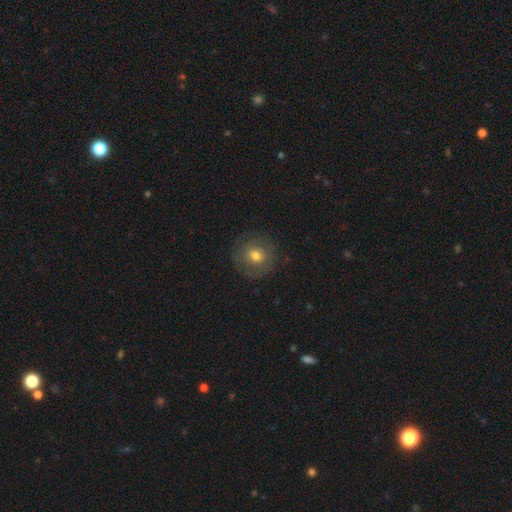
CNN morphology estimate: This is likely a smooth galaxy (65%). How rounded: clearly round (92%). Merging: clearly none (83%).